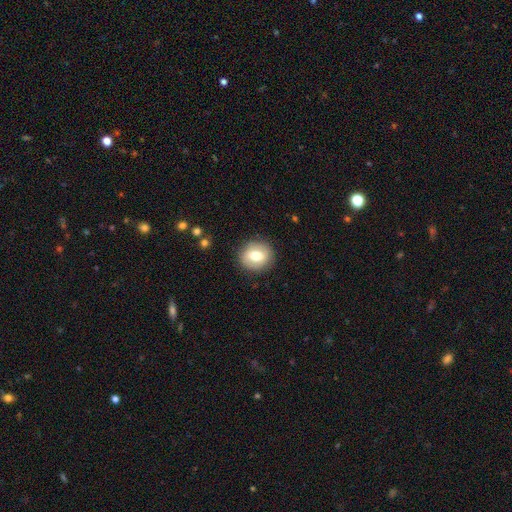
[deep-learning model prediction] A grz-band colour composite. It shows a smooth galaxy with no disk features (66%) that is round (77%). Merging: none (87%).